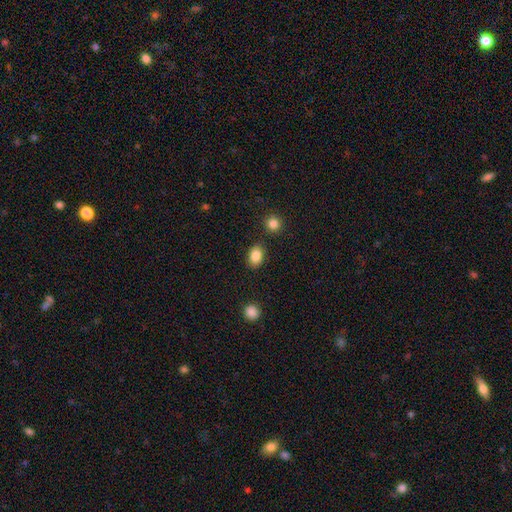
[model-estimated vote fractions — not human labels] smooth-or-featured: smooth: 87% | star or artifact: 9% | featured or disk: 5%
  how-rounded: in between: 75% | round: 23% | cigar-shaped: 1%
  merging: none: 84% | minor disturbance: 9% | merger: 4% | major disturbance: 3%